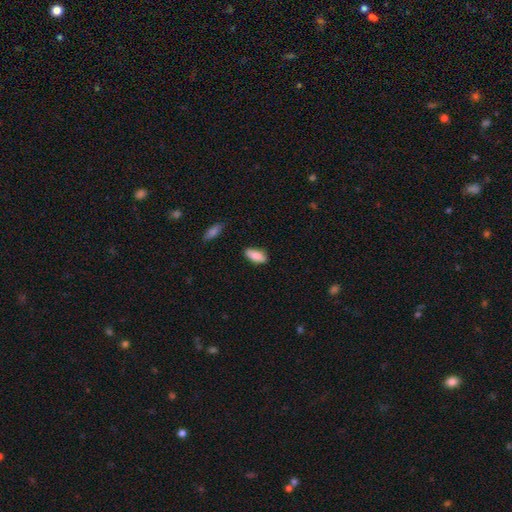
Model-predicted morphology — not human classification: Smooth or featured: smooth — 85% (featured or disk — 8%)
How rounded: in between — 84% (cigar-shaped — 14%)
Merging: none — 82% (minor disturbance — 14%)